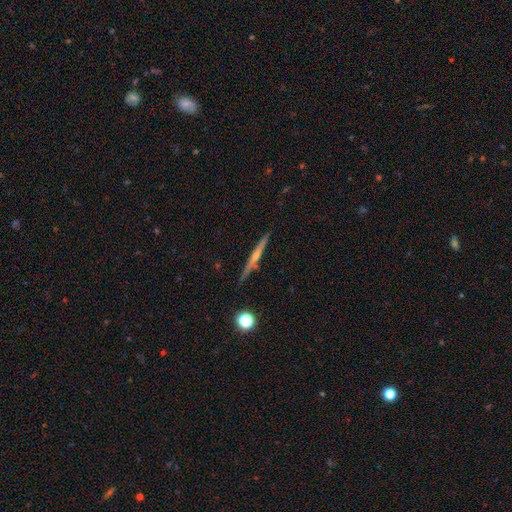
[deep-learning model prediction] A featured or disk galaxy (70%) viewed edge-on (98%) with a rounded central bulge (70%).

Vote fractions:
- Smooth or featured? featured or disk: 70% / smooth: 22% / star or artifact: 7%
- Edge-on disk? yes: 98% / no: 2%
- Edge-on bulge? rounded: 70% / none: 24% / boxy: 6%
- Merging? none: 88% / minor disturbance: 8% / merger: 2% / major disturbance: 2%